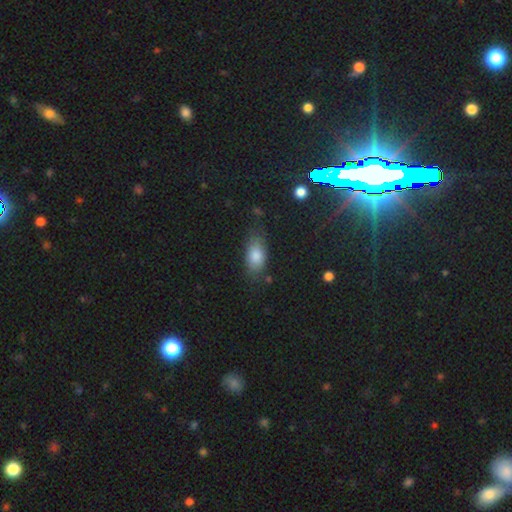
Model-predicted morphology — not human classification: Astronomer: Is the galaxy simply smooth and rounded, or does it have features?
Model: smooth — 80%.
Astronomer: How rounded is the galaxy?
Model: in between — 87%.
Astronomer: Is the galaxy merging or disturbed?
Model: none — 72%.